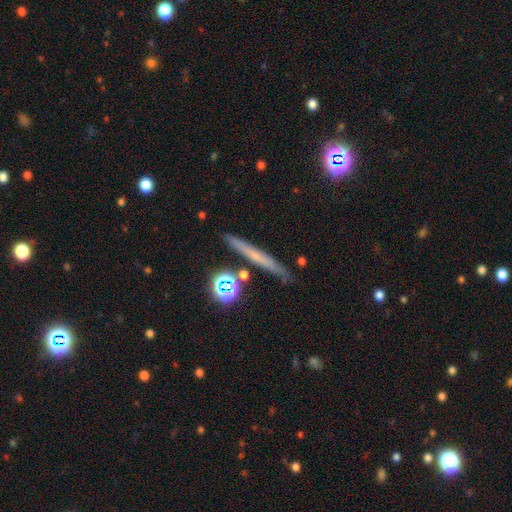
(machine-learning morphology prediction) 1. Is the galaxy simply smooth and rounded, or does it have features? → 45% smooth, 42% featured or disk, 13% star or artifact.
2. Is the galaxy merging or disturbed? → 86% none, 9% minor disturbance, 3% merger, 2% major disturbance.